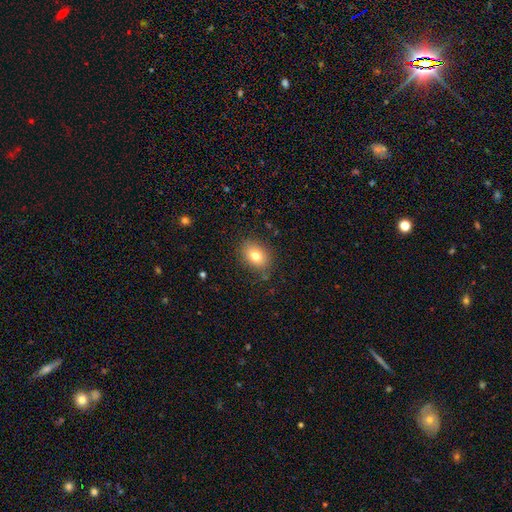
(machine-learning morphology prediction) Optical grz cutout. It shows a smooth galaxy with no disk features (77%) that is in between round and cigar-shaped (66%). Merging: none (82%).